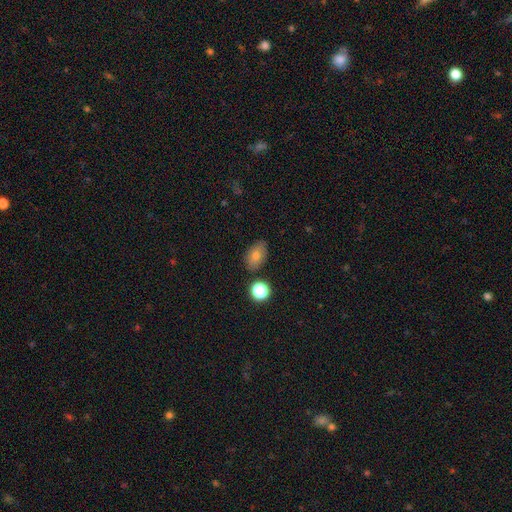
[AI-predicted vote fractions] This appears to be a smooth galaxy with no disk features (72%) that is in between round and cigar-shaped (82%). Merging: none (80%).